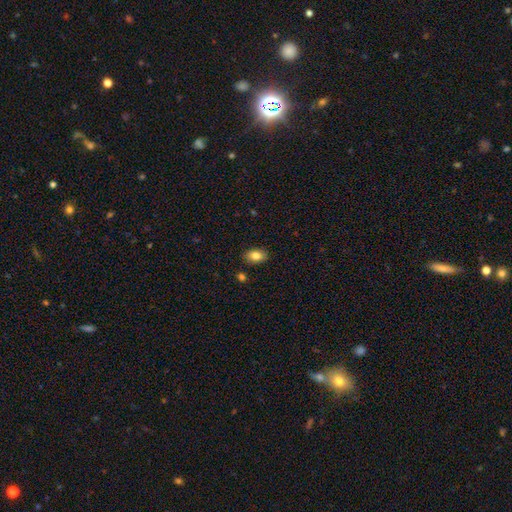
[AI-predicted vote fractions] smooth-or-featured: smooth: 83% | featured or disk: 8% | star or artifact: 8%
  how-rounded: in between: 85% | round: 14% | cigar-shaped: 1%
  merging: none: 86% | minor disturbance: 10% | merger: 2% | major disturbance: 2%